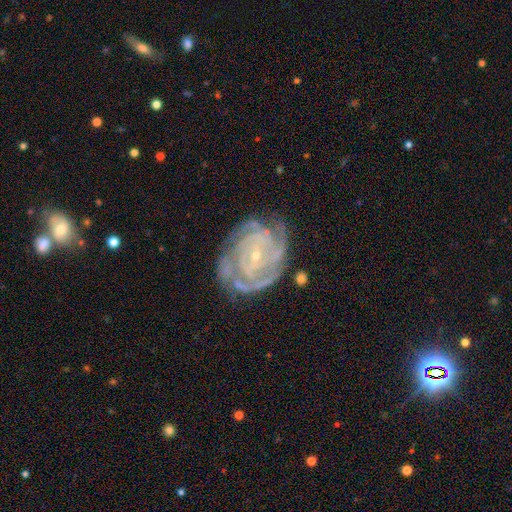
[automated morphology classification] A featured or disk galaxy (88%) with no bar (59%), 3 (25%) tight (77%) spiral arms (97%) and a small central bulge (86%).

Vote fractions:
- Smooth or featured? featured or disk: 88% / star or artifact: 6% / smooth: 6%
- Edge-on disk? no: 97% / yes: 3%
- Bar? no: 59% / weak: 29% / strong: 12%
- Spiral arms? yes: 97% / no: 3%
- Spiral winding? tight: 77% / medium: 20% / loose: 3%
- Spiral arm count? 3: 25% / can't tell: 23% / 4: 22% / 2: 16% / more than 4: 7% / 1: 6%
- Bulge size? small: 86% / moderate: 11% / none: 2% / large: 1% / dominant: 1%
- Merging? none: 67% / minor disturbance: 22% / major disturbance: 9% / merger: 2%